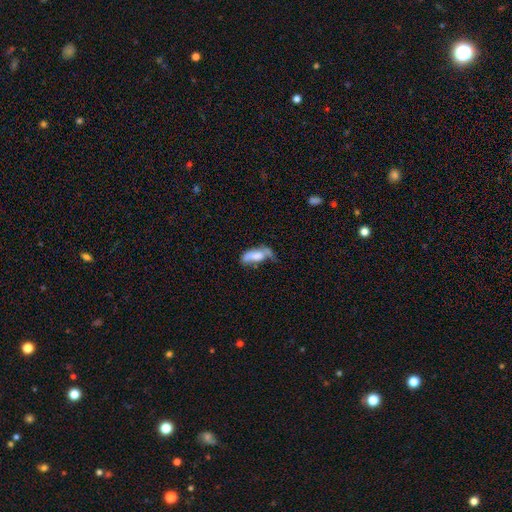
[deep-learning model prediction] A smooth galaxy with no disk features (62%) that is in between round and cigar-shaped (78%).

Vote fractions:
- Smooth or featured? smooth: 62% / featured or disk: 29% / star or artifact: 9%
- How rounded? in between: 78% / cigar-shaped: 19% / round: 3%
- Merging? major disturbance: 33% / minor disturbance: 25% / none: 22% / merger: 20%